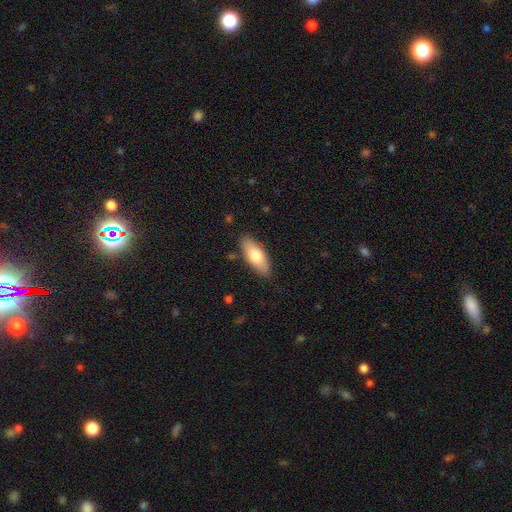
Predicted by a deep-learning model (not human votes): Smooth or featured?
  - smooth: 71% *
  - featured or disk: 24%
  - star or artifact: 6%
How rounded?
  - in between: 77% *
  - cigar-shaped: 20%
  - round: 2%
Merging?
  - none: 86% *
  - minor disturbance: 11%
  - major disturbance: 2%
  - merger: 1%